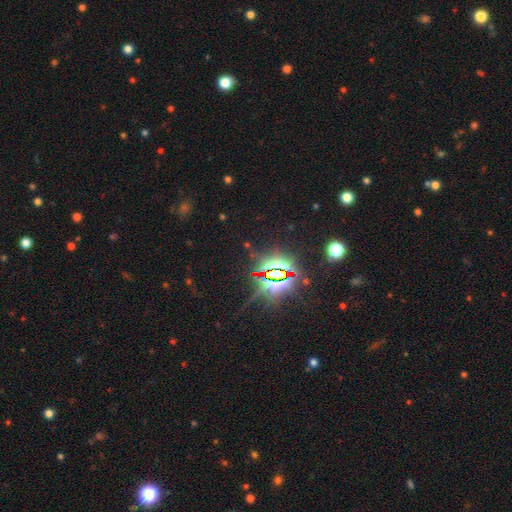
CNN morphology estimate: This is clearly a star or artifact rather than a galaxy (86%).